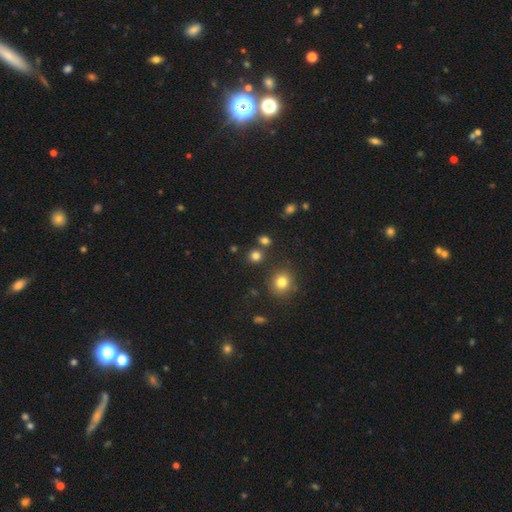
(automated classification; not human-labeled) smooth_or_featured: smooth (p=0.78) [alt: star or artifact p=0.16]
how_rounded: round (p=0.87) [alt: in between p=0.12]
merging: none (p=0.80) [alt: merger p=0.10]